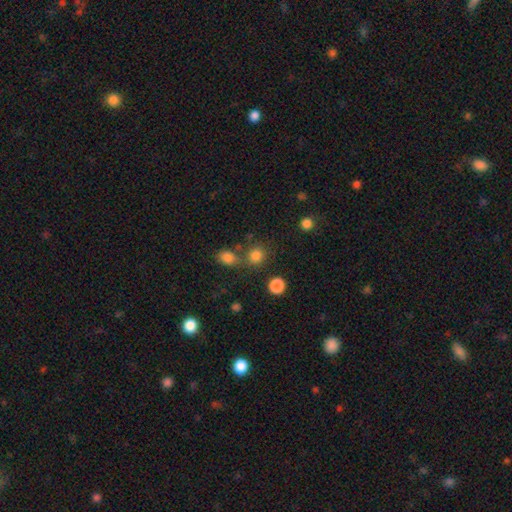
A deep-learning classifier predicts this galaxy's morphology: A smooth galaxy with no disk features (81%) that is round (85%).

Vote fractions:
- Smooth or featured? smooth: 81% / star or artifact: 14% / featured or disk: 5%
- How rounded? round: 85% / in between: 14% / cigar-shaped: 1%
- Merging? none: 65% / merger: 22% / minor disturbance: 9% / major disturbance: 4%